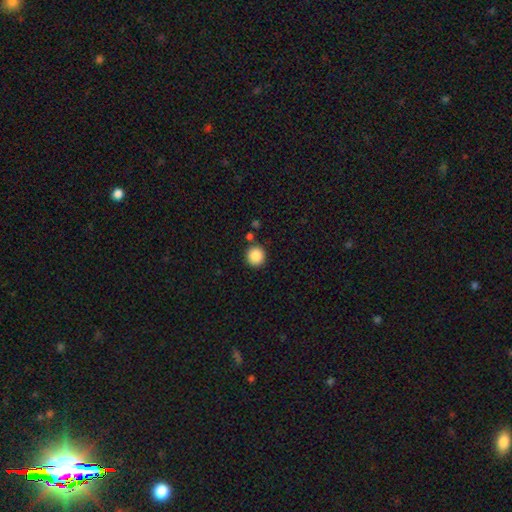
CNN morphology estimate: Smooth or featured? Predicted: smooth (p=0.88). How rounded? Predicted: round (p=0.93). Merging? Predicted: none (p=0.86).